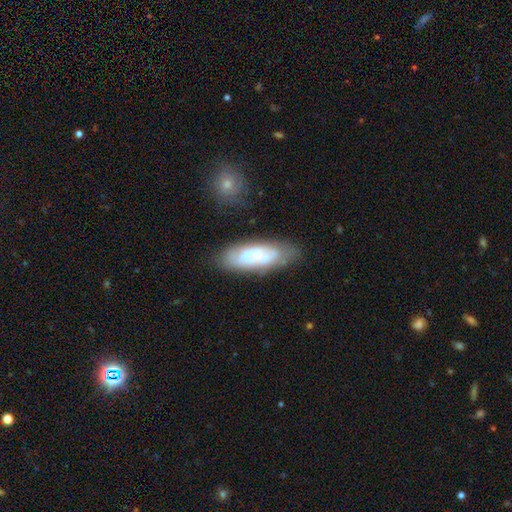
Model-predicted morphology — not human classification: Smooth or featured? featured or disk (60%)
Edge-on disk? no (88%)
Bar? no (71%)
Spiral arms? yes (58%)
Bulge size? small (54%)
Merging? none (70%)